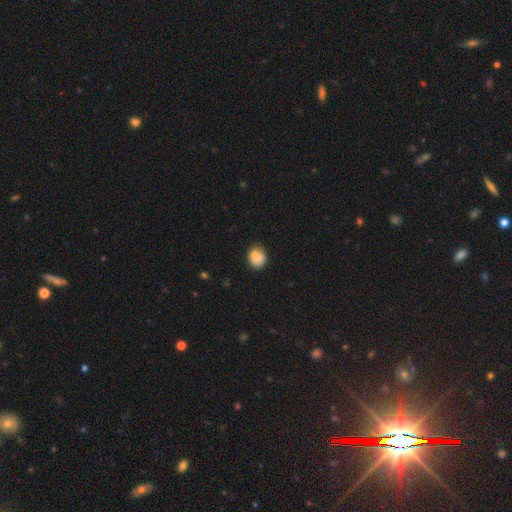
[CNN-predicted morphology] type=smooth (78%); roundness=round (64%); merging=none (57%).